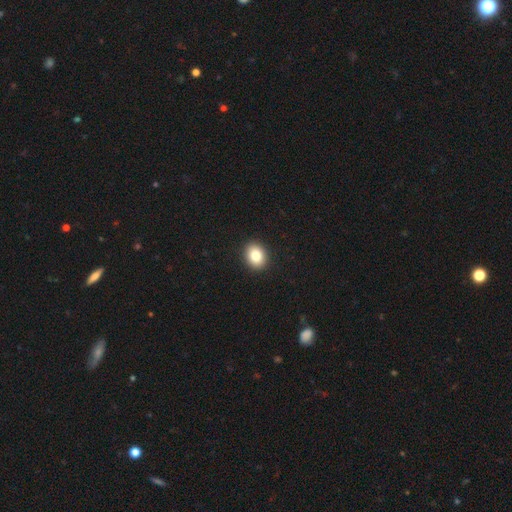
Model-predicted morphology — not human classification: Q: Smooth or featured?
A: smooth (83%); runner-up: star or artifact (9%)
Q: How rounded?
A: round (51%); runner-up: in between (48%)
Q: Merging?
A: none (92%); runner-up: minor disturbance (6%)